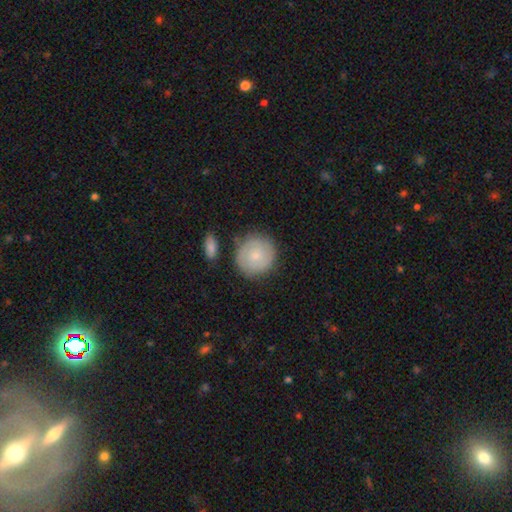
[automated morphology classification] A smooth galaxy with no disk features (65%) that is round (90%). Merging: none (79%).